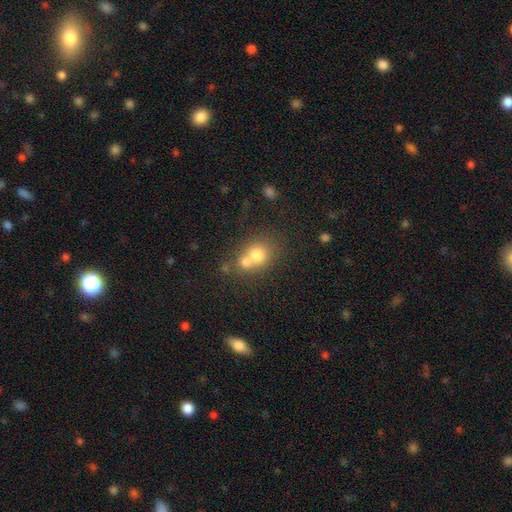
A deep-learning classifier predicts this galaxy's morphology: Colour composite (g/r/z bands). It shows a smooth galaxy with no disk features (71%) that is round (73%). Merging: merger (55%).